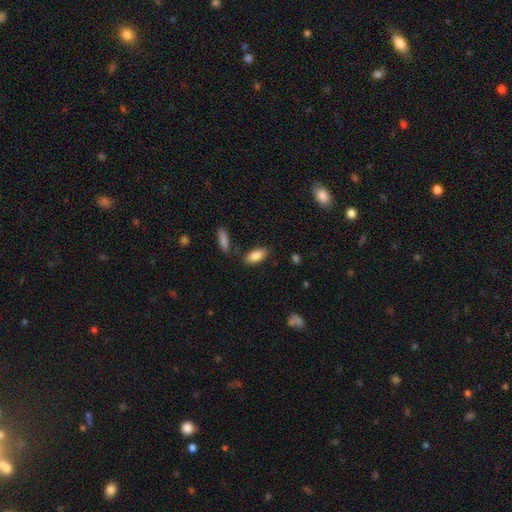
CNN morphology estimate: A smooth galaxy with no disk features (86%) that is in between round and cigar-shaped (86%).

Vote fractions:
- Smooth or featured? smooth: 86% / featured or disk: 8% / star or artifact: 6%
- How rounded? in between: 86% / cigar-shaped: 12% / round: 2%
- Merging? none: 79% / minor disturbance: 13% / merger: 4% / major disturbance: 3%